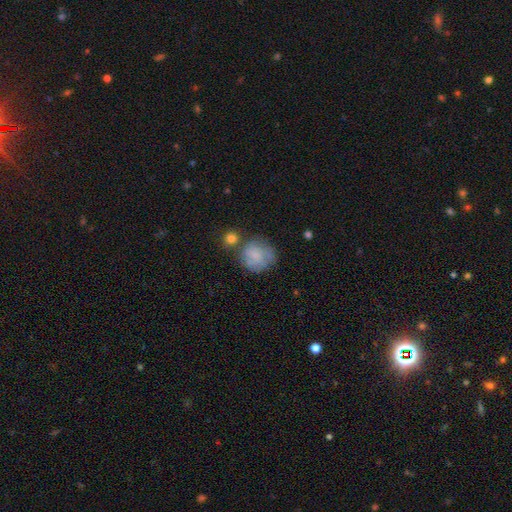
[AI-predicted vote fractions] Smooth or featured: smooth — 67% (featured or disk — 25%)
How rounded: round — 82% (in between — 17%)
Merging: none — 54% (minor disturbance — 23%)